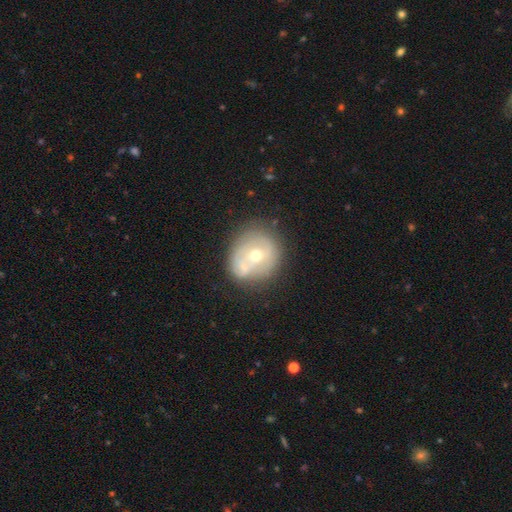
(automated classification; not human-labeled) smooth-or-featured: featured or disk: 48% | smooth: 42% | star or artifact: 9%
  merging: none: 52% | merger: 24% | minor disturbance: 18% | major disturbance: 7%